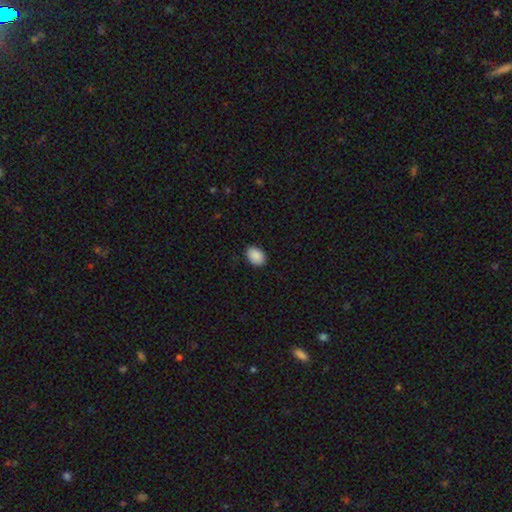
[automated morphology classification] Smooth or featured?
  - smooth: 90% *
  - star or artifact: 7%
  - featured or disk: 3%
How rounded?
  - in between: 81% *
  - round: 18%
  - cigar-shaped: 1%
Merging?
  - none: 88% *
  - minor disturbance: 9%
  - major disturbance: 2%
  - merger: 1%